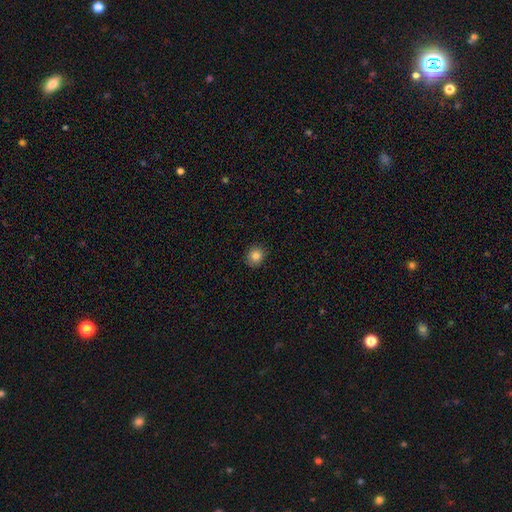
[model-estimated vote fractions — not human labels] smooth 83%, star or artifact 11%, featured or disk 6%. Down the decision tree: how rounded — round (80%); merging — none (88%).